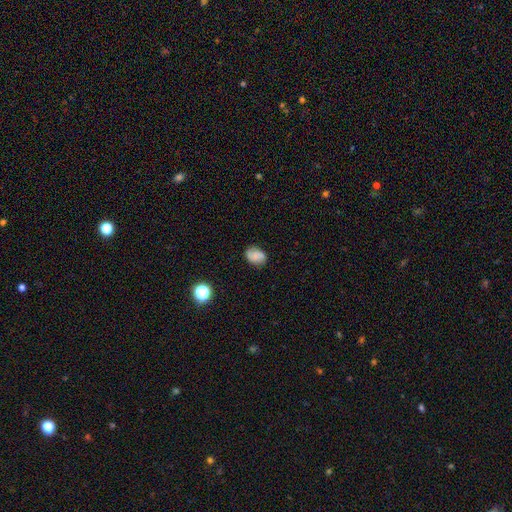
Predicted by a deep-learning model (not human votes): A smooth galaxy with no disk features (68%) that is in between round and cigar-shaped (67%). Merging: none (75%).